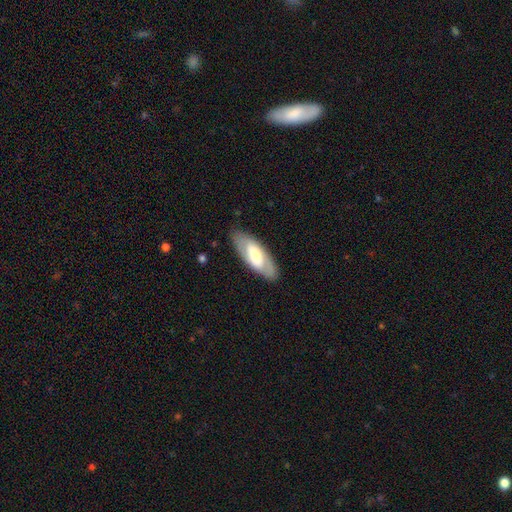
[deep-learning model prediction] Smooth or featured? Predicted: featured or disk (p=0.49). Merging? Predicted: none (p=0.84).